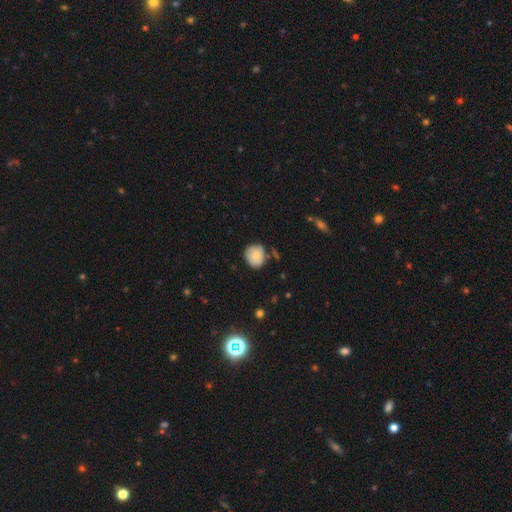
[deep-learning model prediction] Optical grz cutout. It shows a smooth galaxy with no disk features (79%) that is round (74%). Merging: none (67%).